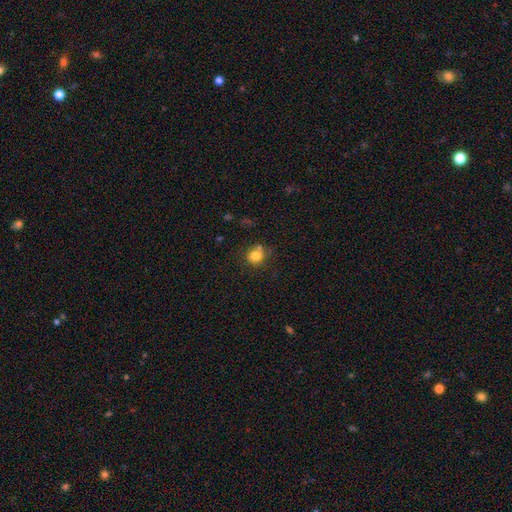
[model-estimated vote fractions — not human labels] Q: Smooth or featured?
A: smooth (81%); runner-up: star or artifact (12%)
Q: How rounded?
A: round (84%); runner-up: in between (15%)
Q: Merging?
A: none (69%); runner-up: minor disturbance (15%)